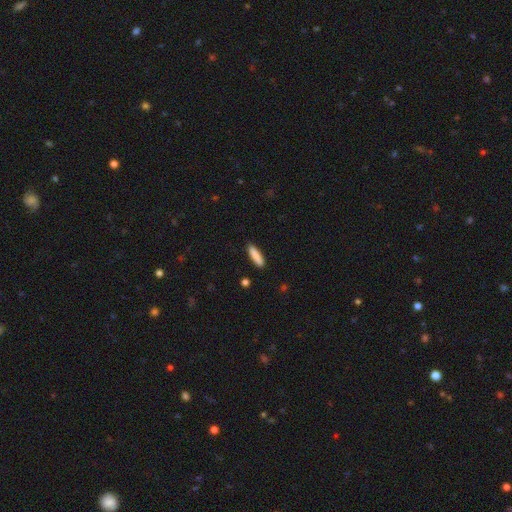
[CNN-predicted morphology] Smooth or featured: smooth — 87% (featured or disk — 7%)
How rounded: cigar-shaped — 73% (in between — 25%)
Merging: none — 89% (minor disturbance — 8%)